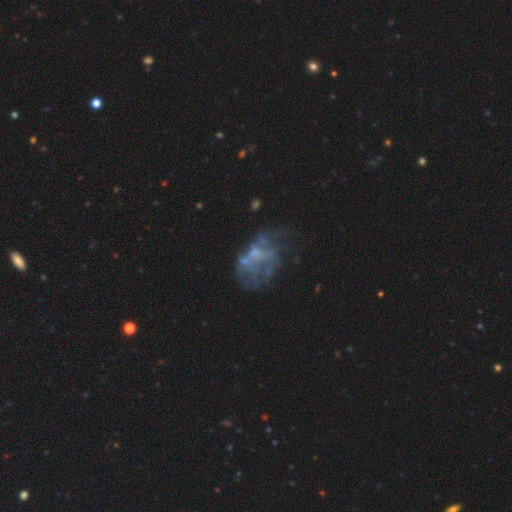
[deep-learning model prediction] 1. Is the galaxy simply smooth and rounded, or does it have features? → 62% featured or disk, 21% smooth, 17% star or artifact.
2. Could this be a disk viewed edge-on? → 98% no, 2% yes.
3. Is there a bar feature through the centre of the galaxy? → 87% no, 11% weak, 3% strong.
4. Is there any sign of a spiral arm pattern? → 86% no, 14% yes.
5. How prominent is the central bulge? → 62% none, 24% small, 12% moderate, 2% large, 1% dominant.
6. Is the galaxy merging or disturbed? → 38% none, 33% major disturbance, 17% minor disturbance, 11% merger.